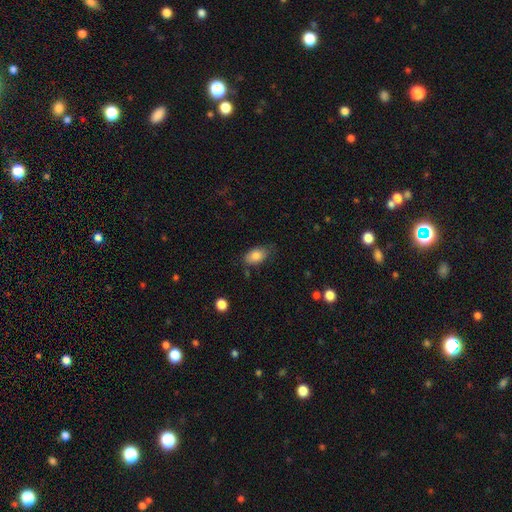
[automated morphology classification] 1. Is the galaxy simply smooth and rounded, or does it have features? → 84% smooth, 9% featured or disk, 8% star or artifact.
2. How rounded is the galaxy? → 90% in between, 8% round, 2% cigar-shaped.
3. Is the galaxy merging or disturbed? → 70% none, 22% minor disturbance, 5% major disturbance, 2% merger.